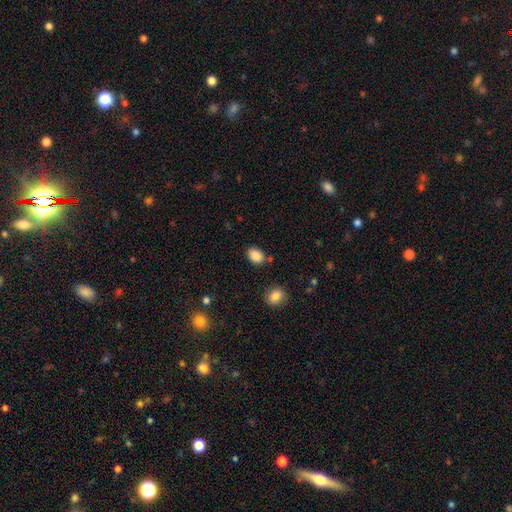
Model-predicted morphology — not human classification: Overall: smooth (87%). How rounded: in between (73%). Merging: none (78%).